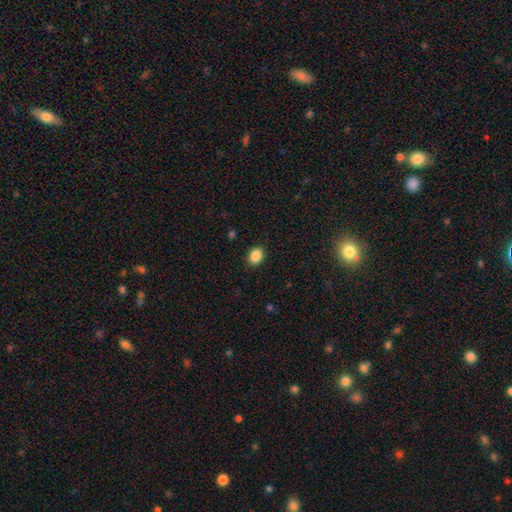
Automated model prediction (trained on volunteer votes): A smooth galaxy with no disk features (88%) that is in between round and cigar-shaped (57%). Merging: none (89%).